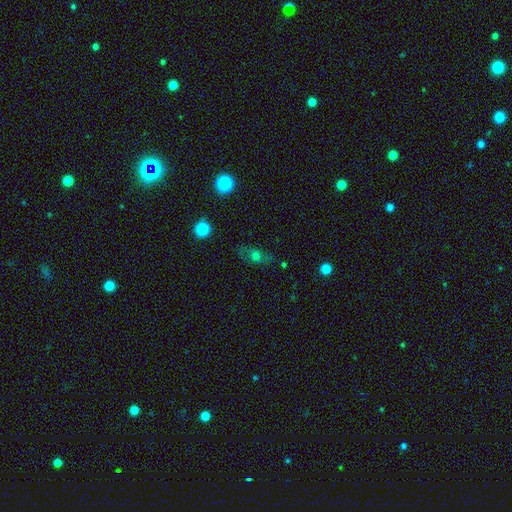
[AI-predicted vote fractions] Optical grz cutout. It shows a smooth galaxy with no disk features (52%) that is in between round and cigar-shaped (66%). Merging: none (67%).